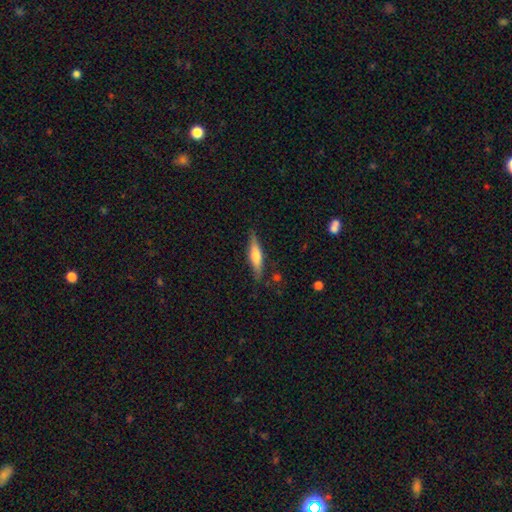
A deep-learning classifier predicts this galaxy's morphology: Smooth or featured? smooth (49%)
Merging? none (83%)